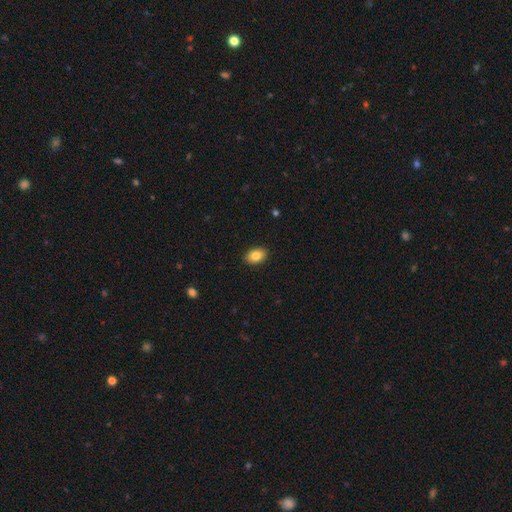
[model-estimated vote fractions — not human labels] Smooth or featured? smooth (84%)
How rounded? in between (86%)
Merging? none (90%)